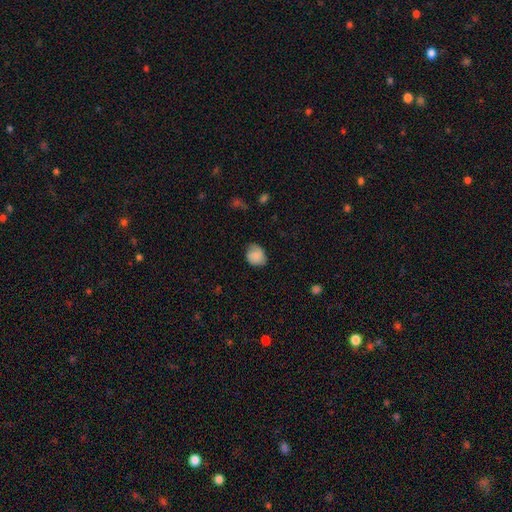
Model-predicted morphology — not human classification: type=smooth (80%); roundness=round (61%); merging=none (63%).